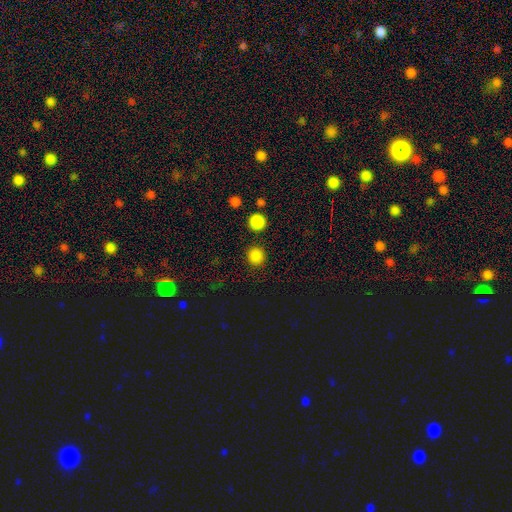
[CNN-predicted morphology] A smooth galaxy with no disk features (84%) that is round (91%).

Vote fractions:
- Smooth or featured? smooth: 84% / star or artifact: 13% / featured or disk: 3%
- How rounded? round: 91% / in between: 8% / cigar-shaped: 1%
- Merging? none: 89% / minor disturbance: 6% / merger: 3% / major disturbance: 2%